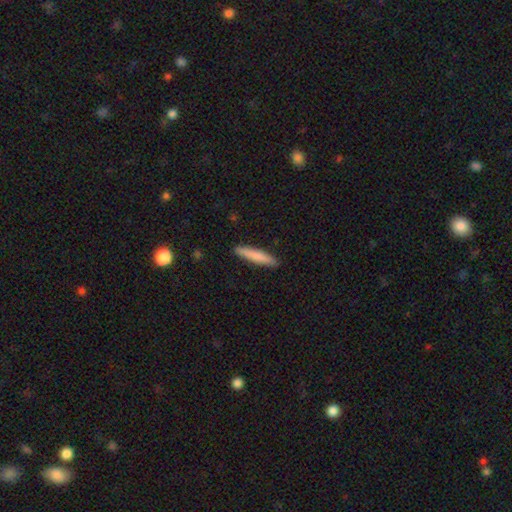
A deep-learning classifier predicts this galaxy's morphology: type=smooth (79%); roundness=cigar-shaped (91%); merging=none (90%).